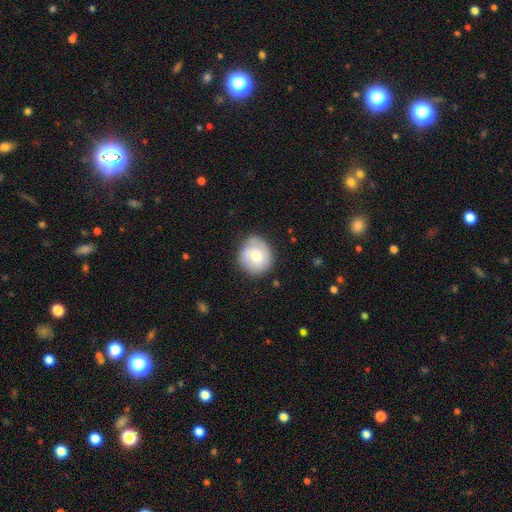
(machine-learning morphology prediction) Overall: smooth (62%; featured or disk 32%). How rounded: round (86%). Merging: none (77%).